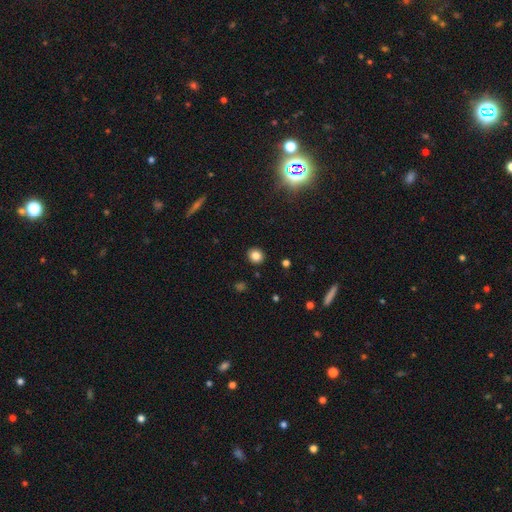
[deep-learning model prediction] Smooth or featured? Predicted: smooth (p=0.83). How rounded? Predicted: round (p=0.81). Merging? Predicted: none (p=0.91).